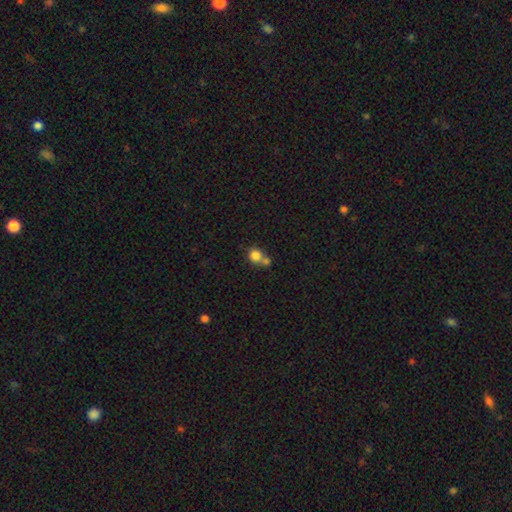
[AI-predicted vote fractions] A smooth galaxy with no disk features (82%) that is round (82%). Merging: merger (50%).